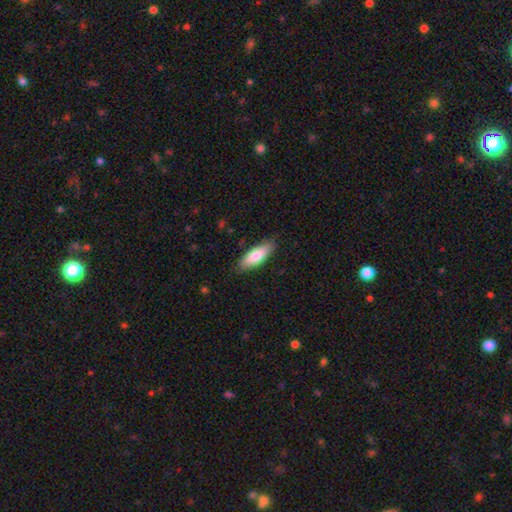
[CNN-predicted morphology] smooth_or_featured: smooth (p=0.80) [alt: featured or disk p=0.15]
how_rounded: in between (p=0.64) [alt: cigar-shaped p=0.34]
merging: none (p=0.85) [alt: minor disturbance p=0.12]